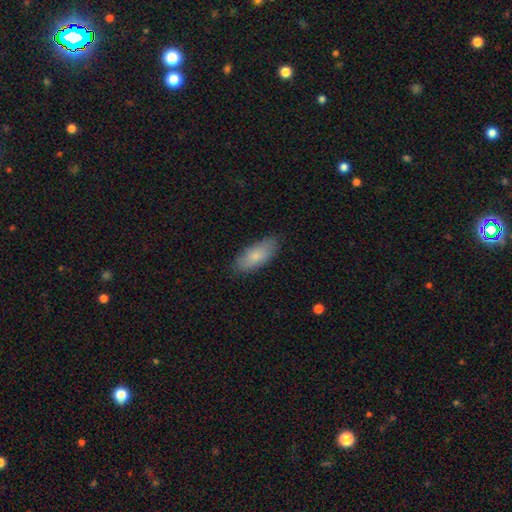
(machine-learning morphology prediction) This appears to be a smooth galaxy with no disk features (80%) that is in between round and cigar-shaped (80%). Merging: none (85%).